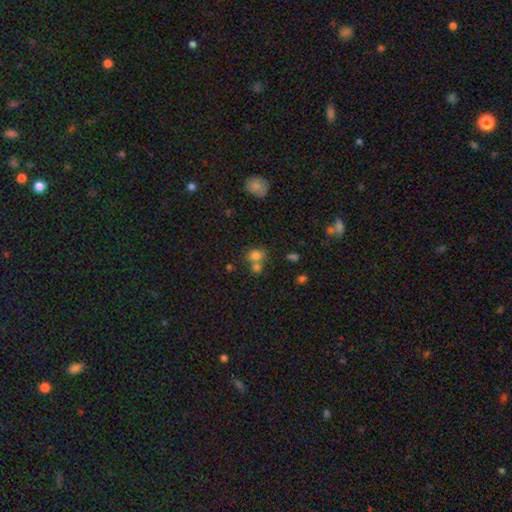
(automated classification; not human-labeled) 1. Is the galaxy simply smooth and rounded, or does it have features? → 76% smooth, 14% star or artifact, 10% featured or disk.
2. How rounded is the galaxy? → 68% round, 31% in between, 1% cigar-shaped.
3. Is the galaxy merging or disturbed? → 45% merger, 43% none, 9% minor disturbance, 4% major disturbance.